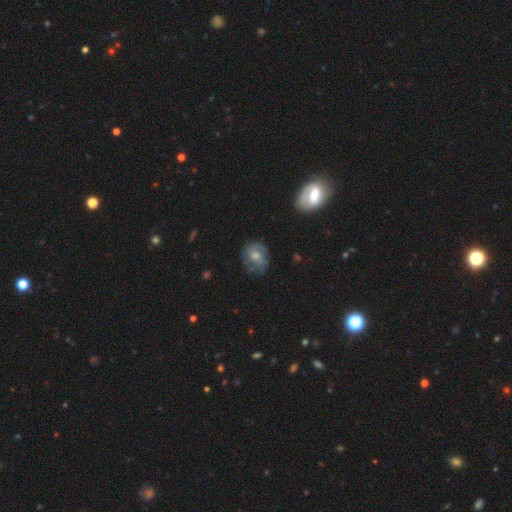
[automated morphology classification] A smooth galaxy with no disk features (50%). Merging: none (61%).